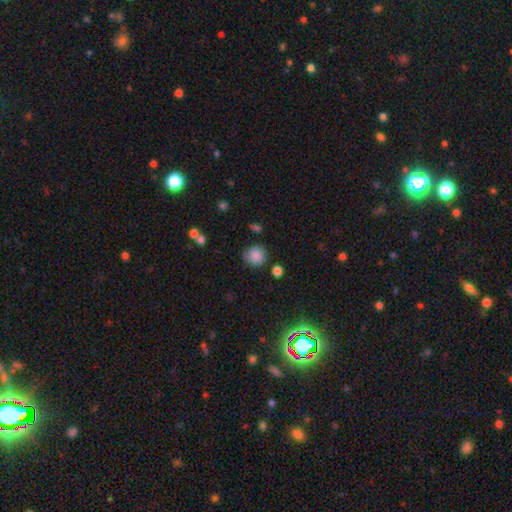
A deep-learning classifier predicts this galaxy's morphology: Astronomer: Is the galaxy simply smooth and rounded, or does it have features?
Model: smooth — 86%.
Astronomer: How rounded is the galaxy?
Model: round — 89%.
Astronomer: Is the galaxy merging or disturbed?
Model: none — 75%.